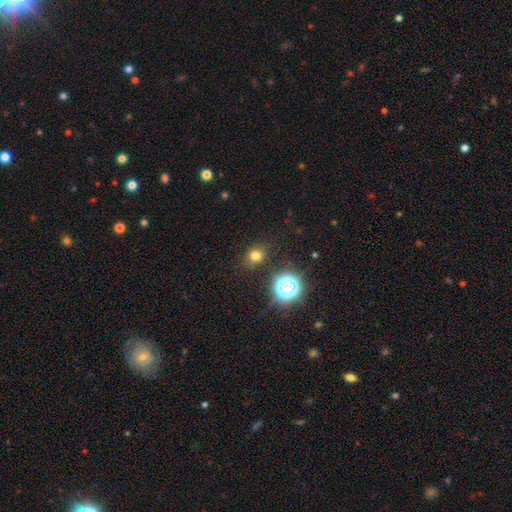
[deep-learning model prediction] Overall: smooth (72%). How rounded: round (73%). Merging: none (85%).